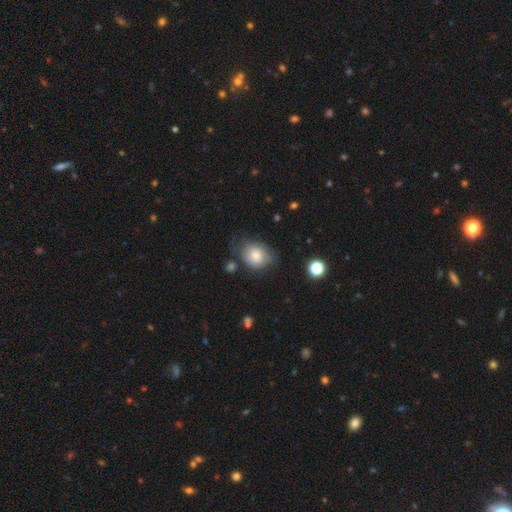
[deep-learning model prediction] Q: Smooth or featured?
A: smooth (73%); runner-up: featured or disk (19%)
Q: How rounded?
A: round (51%); runner-up: in between (48%)
Q: Merging?
A: none (55%); runner-up: minor disturbance (29%)